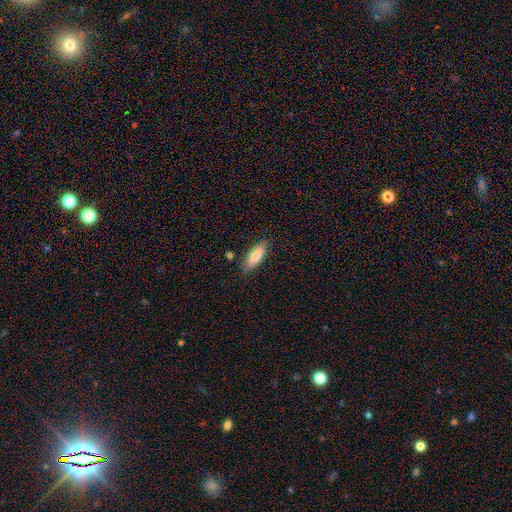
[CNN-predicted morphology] This appears to be a smooth galaxy with no disk features (80%) that is in between round and cigar-shaped (67%). Merging: none (82%).